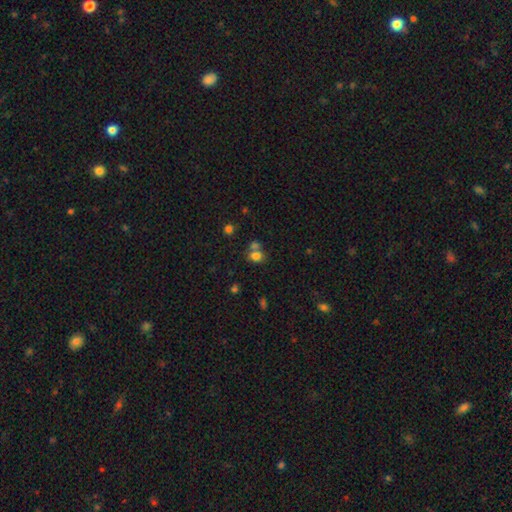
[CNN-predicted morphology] Smooth or featured? Predicted: smooth (p=0.76). How rounded? Predicted: round (p=0.58). Merging? Predicted: none (p=0.45).